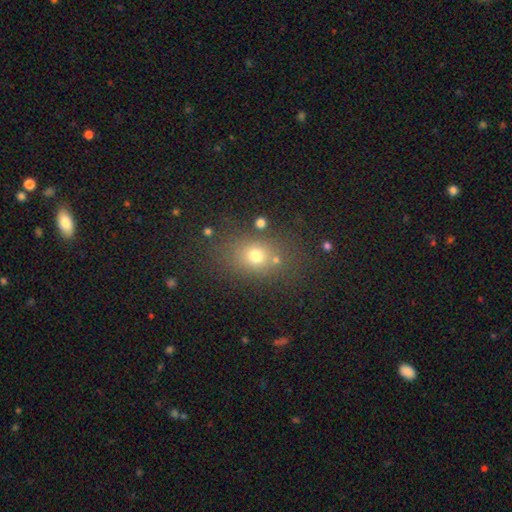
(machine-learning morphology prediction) Smooth or featured? smooth (70%)
How rounded? round (50%)
Merging? none (73%)